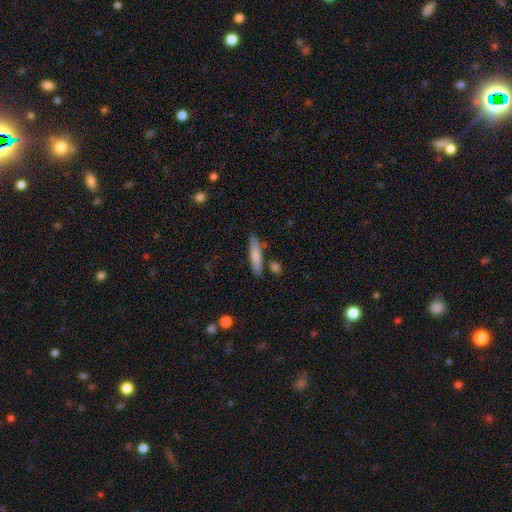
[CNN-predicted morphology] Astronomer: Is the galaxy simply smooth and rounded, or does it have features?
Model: smooth — 77%.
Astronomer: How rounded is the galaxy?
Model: cigar-shaped — 85%.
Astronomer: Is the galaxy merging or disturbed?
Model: none — 80%.